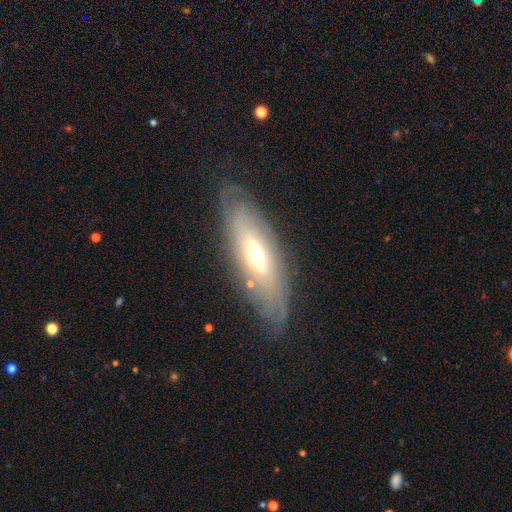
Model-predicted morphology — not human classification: smooth-or-featured: featured or disk: 66% | smooth: 27% | star or artifact: 7%
  disk-edge-on: no: 65% | yes: 35%
  merging: none: 73% | minor disturbance: 17% | major disturbance: 8% | merger: 2%